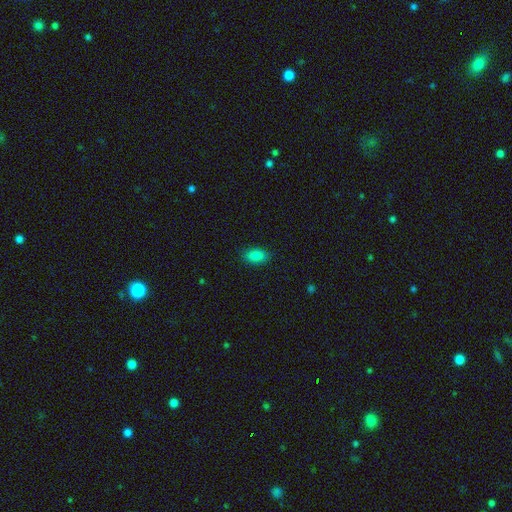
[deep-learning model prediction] The model was most divided on "smooth or featured": smooth: 86%, star or artifact: 9%, featured or disk: 5%. More confident: how rounded — in between (91%); merging — none (87%).